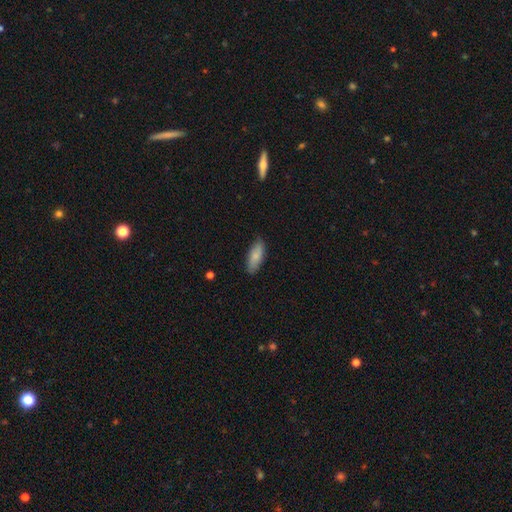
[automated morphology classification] Smooth or featured? smooth (81%)
How rounded? in between (73%)
Merging? none (83%)